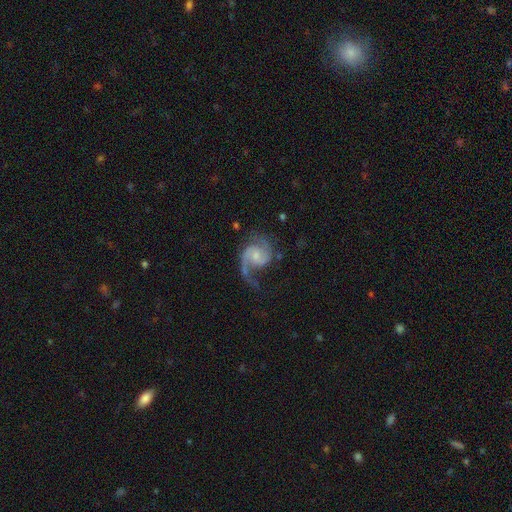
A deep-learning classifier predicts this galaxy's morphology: featured or disk 90%, smooth 6%, star or artifact 5%. Down the decision tree: edge-on disk — no (98%); bar — no (56%); spiral arms — yes (97%); spiral arm count — 2 (77%); spiral winding — medium (52%); bulge size — small (54%); merging — none (56%).